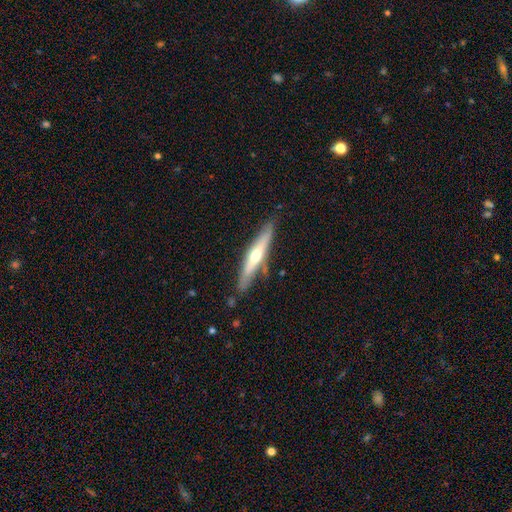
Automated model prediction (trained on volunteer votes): smooth_or_featured: featured or disk (p=0.58) [alt: smooth p=0.37]
disk_edge_on: yes (p=0.92) [alt: no p=0.08]
edge_on_bulge: rounded (p=0.83) [alt: none p=0.12]
merging: none (p=0.79) [alt: minor disturbance p=0.15]